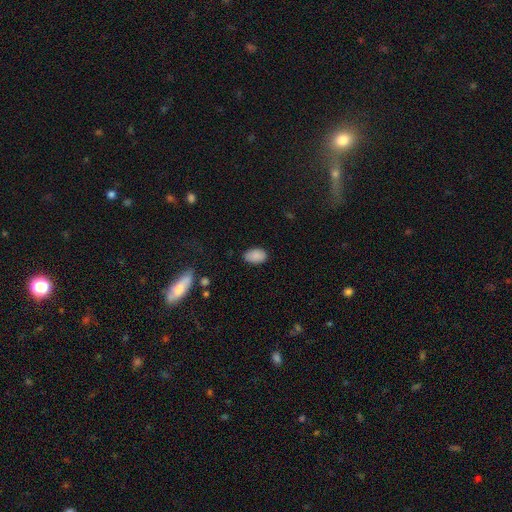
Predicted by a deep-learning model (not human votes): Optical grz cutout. It shows a smooth galaxy with no disk features (88%) that is in between round and cigar-shaped (91%). Merging: none (80%).